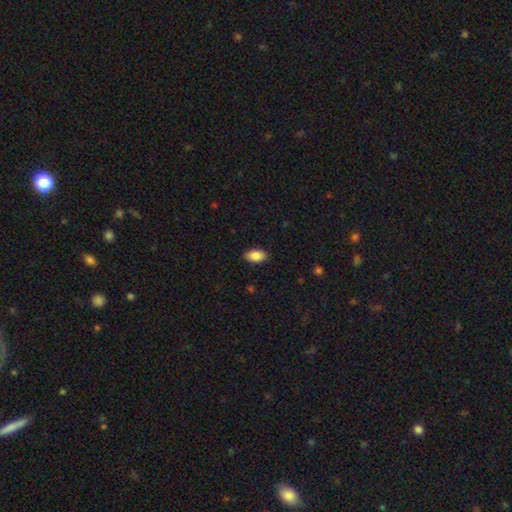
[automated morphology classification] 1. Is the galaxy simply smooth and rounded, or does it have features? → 87% smooth, 7% star or artifact, 5% featured or disk.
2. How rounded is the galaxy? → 93% in between, 5% round, 2% cigar-shaped.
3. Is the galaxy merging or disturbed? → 89% none, 9% minor disturbance, 2% major disturbance, 1% merger.